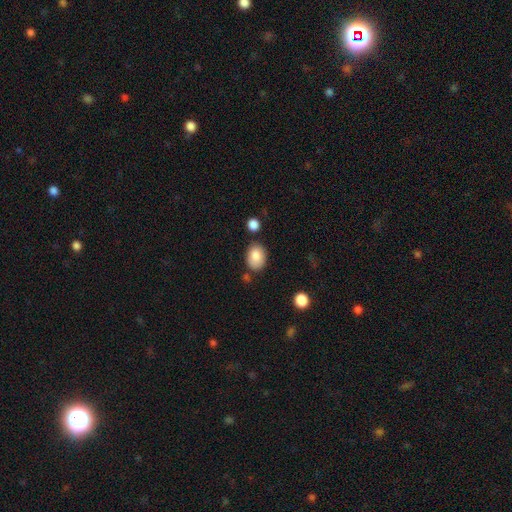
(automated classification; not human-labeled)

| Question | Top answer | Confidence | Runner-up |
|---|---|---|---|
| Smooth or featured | smooth | 85% | star or artifact (7%) |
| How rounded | in between | 76% | round (23%) |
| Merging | none | 74% | minor disturbance (16%) |